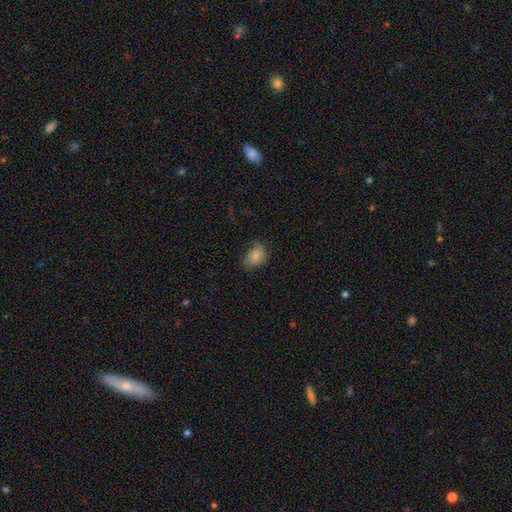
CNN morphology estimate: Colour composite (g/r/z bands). It shows a smooth galaxy with no disk features (80%) that is in between round and cigar-shaped (75%). Merging: none (58%).